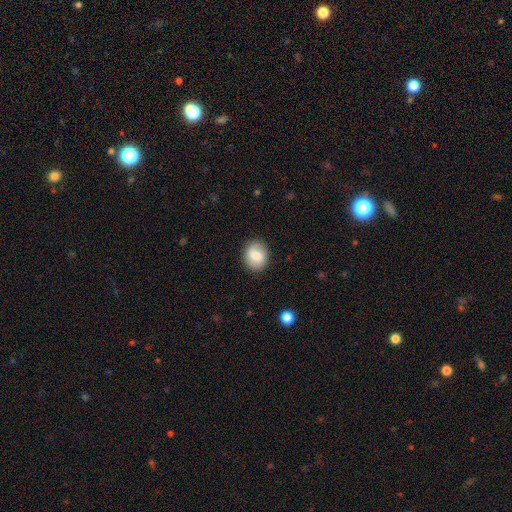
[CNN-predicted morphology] This is likely a smooth galaxy (75%). How rounded: possibly round (54%). Merging: clearly none (86%).